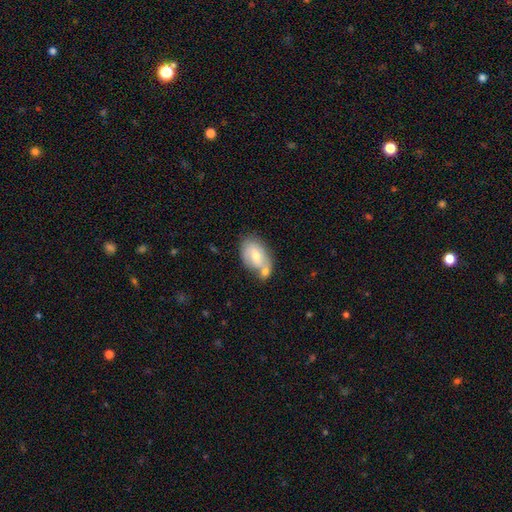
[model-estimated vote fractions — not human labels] A smooth galaxy with no disk features (55%) that is in between round and cigar-shaped (87%).

Vote fractions:
- Smooth or featured? smooth: 55% / featured or disk: 38% / star or artifact: 7%
- How rounded? in between: 87% / round: 12% / cigar-shaped: 2%
- Merging? none: 40% / merger: 38% / minor disturbance: 17% / major disturbance: 6%